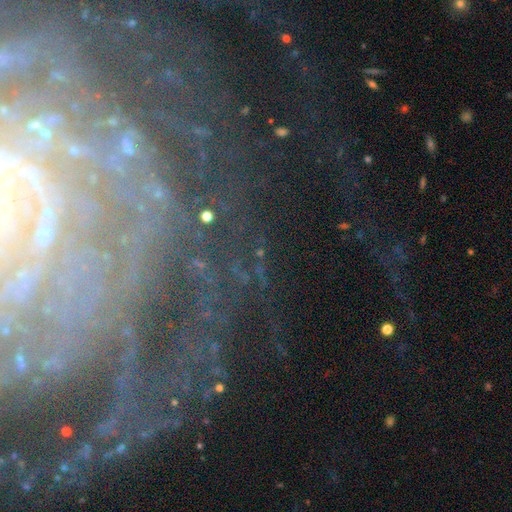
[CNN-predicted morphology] Overall: featured or disk (72%). Edge-on disk: no (94%). Bar: no (42%; weak 30%). Spiral arms: yes (90%). Spiral arm count: can't tell (28%; 2 16%). Spiral winding: tight (73%). Bulge size: small (69%). Merging: none (72%).